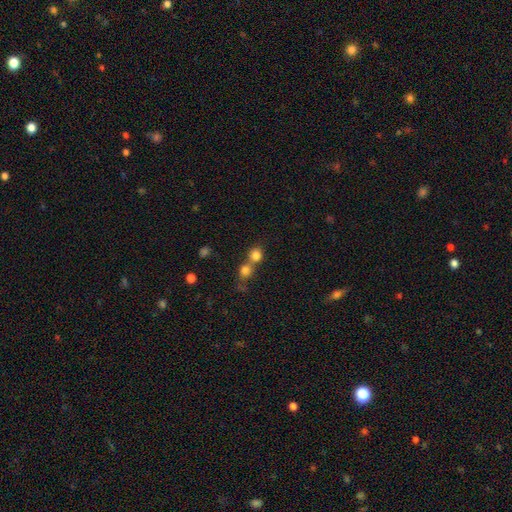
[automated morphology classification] Q: Smooth or featured?
A: smooth (80%); runner-up: star or artifact (13%)
Q: How rounded?
A: round (83%); runner-up: in between (16%)
Q: Merging?
A: merger (49%); runner-up: none (43%)